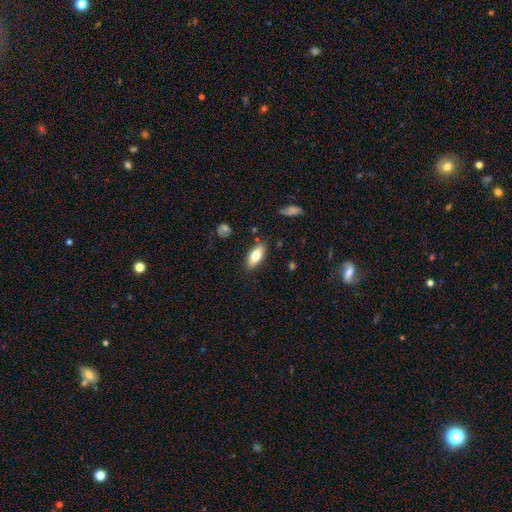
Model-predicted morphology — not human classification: Q: Smooth or featured?
A: smooth (74%); runner-up: featured or disk (19%)
Q: How rounded?
A: in between (83%); runner-up: cigar-shaped (14%)
Q: Merging?
A: none (86%); runner-up: minor disturbance (10%)